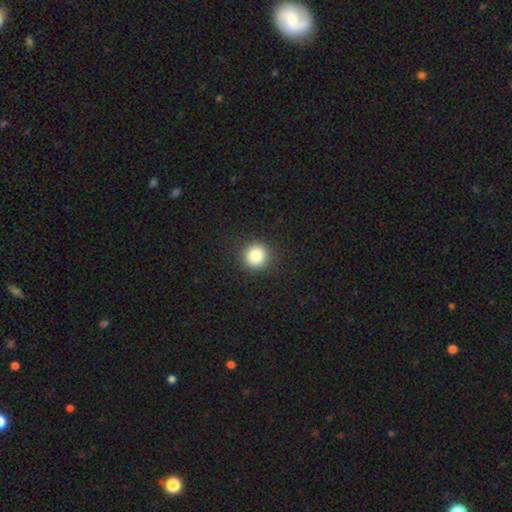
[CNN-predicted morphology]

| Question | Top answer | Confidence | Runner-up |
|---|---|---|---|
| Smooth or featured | smooth | 85% | star or artifact (10%) |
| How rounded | round | 93% | in between (6%) |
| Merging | none | 91% | minor disturbance (6%) |